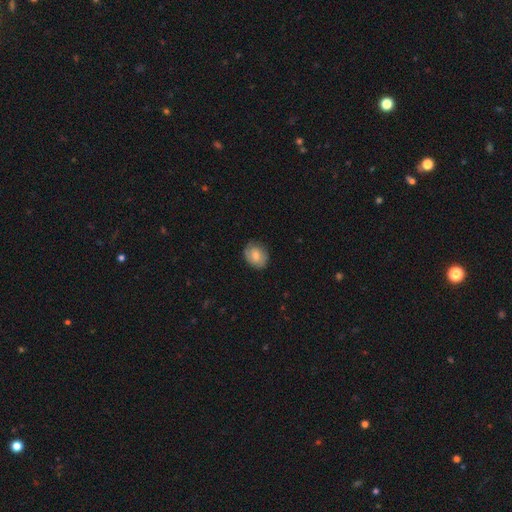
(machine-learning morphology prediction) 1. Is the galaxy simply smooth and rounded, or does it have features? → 67% smooth, 25% featured or disk, 8% star or artifact.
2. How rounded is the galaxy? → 52% round, 47% in between, 1% cigar-shaped.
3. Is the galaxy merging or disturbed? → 78% none, 17% minor disturbance, 4% major disturbance, 1% merger.